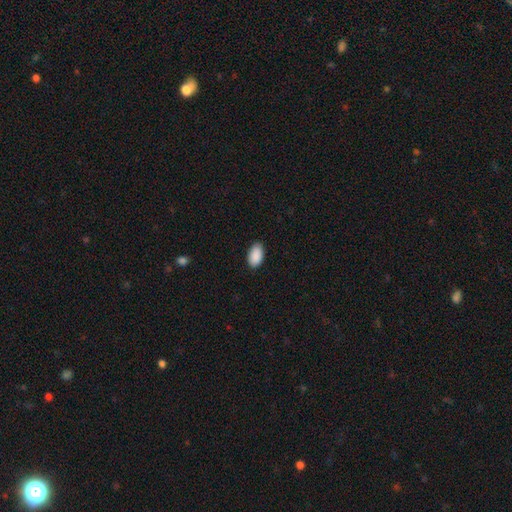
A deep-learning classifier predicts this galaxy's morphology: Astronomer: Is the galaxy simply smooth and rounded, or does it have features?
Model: smooth — 91%.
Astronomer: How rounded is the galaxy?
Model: in between — 95%.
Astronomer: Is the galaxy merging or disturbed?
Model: none — 86%.